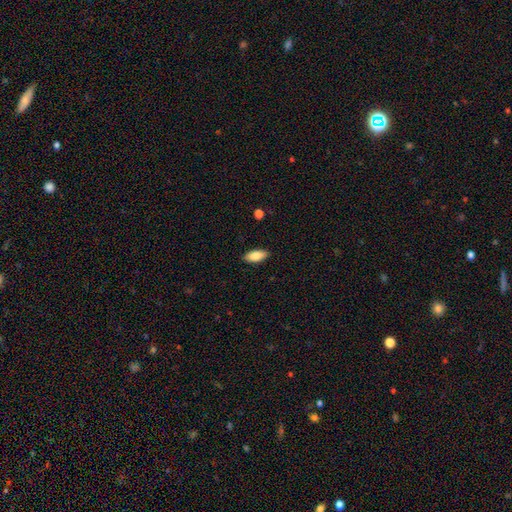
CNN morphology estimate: This is clearly a smooth galaxy (86%). How rounded: clearly in between (86%). Merging: clearly none (89%).